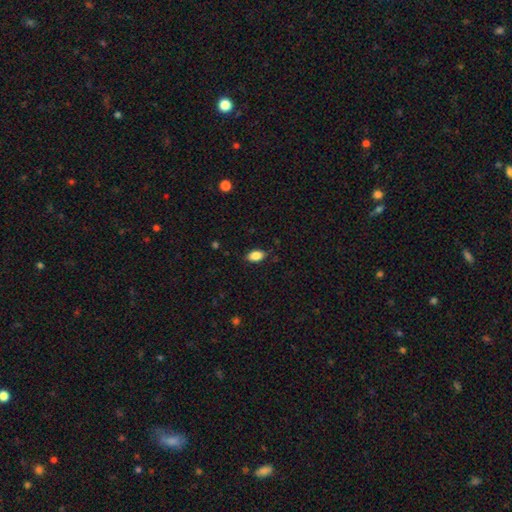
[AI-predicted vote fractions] Overall: smooth (87%). How rounded: in between (90%). Merging: none (84%).